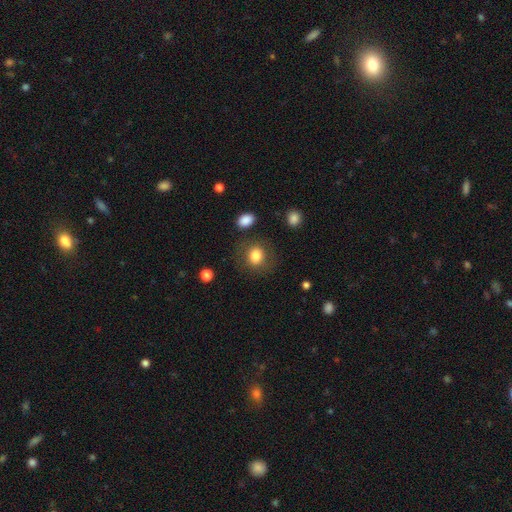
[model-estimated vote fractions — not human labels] smooth-or-featured: smooth: 81% | featured or disk: 10% | star or artifact: 9%
  how-rounded: round: 75% | in between: 24% | cigar-shaped: 1%
  merging: none: 79% | minor disturbance: 12% | major disturbance: 6% | merger: 3%